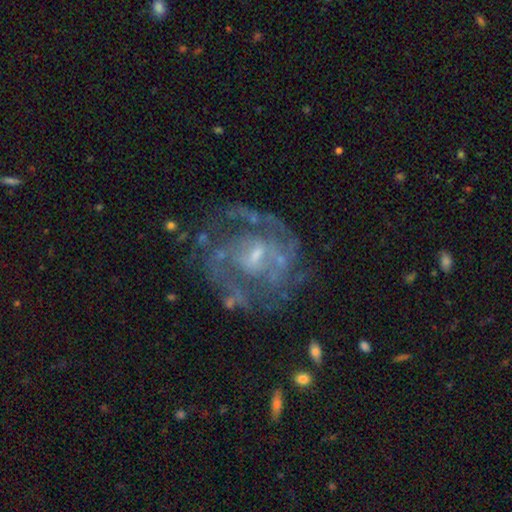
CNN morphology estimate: A featured or disk galaxy (84%) with a weak bar (50%), tight (46%) spiral arms (80%) and a small central bulge (60%).

Vote fractions:
- Smooth or featured? featured or disk: 84% / smooth: 9% / star or artifact: 7%
- Edge-on disk? no: 98% / yes: 2%
- Bar? weak: 50% / no: 38% / strong: 12%
- Spiral arms? yes: 80% / no: 20%
- Spiral winding? tight: 46% / medium: 40% / loose: 14%
- Spiral arm count? can't tell: 37% / 2: 32% / 3: 15% / 1: 7% / 4: 6% / more than 4: 4%
- Bulge size? small: 60% / moderate: 29% / none: 9% / large: 2% / dominant: 1%
- Merging? none: 62% / minor disturbance: 18% / major disturbance: 17% / merger: 3%